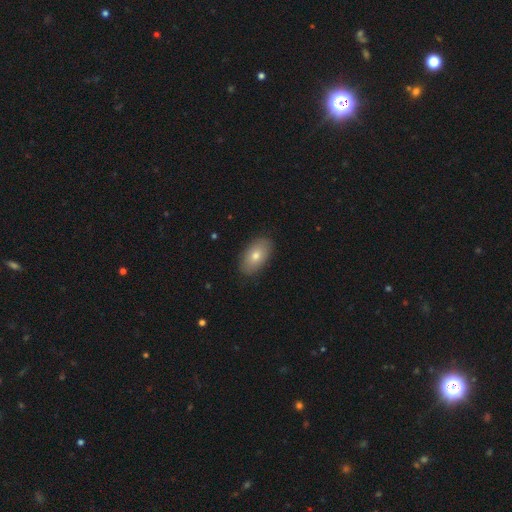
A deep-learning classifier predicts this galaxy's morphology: type=smooth (74%); roundness=in between (93%); merging=none (88%).